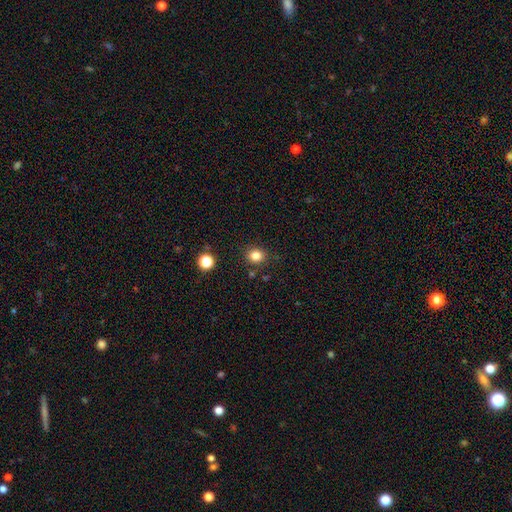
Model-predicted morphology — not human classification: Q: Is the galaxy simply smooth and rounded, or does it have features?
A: smooth — 82%.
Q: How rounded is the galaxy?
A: round — 78%.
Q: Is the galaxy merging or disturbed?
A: none — 86%.